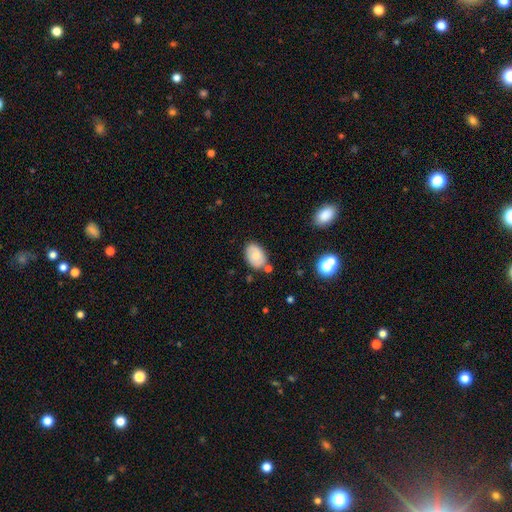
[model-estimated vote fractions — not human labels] Smooth or featured: smooth — 72% (featured or disk — 20%)
How rounded: in between — 86% (round — 13%)
Merging: none — 73% (minor disturbance — 17%)